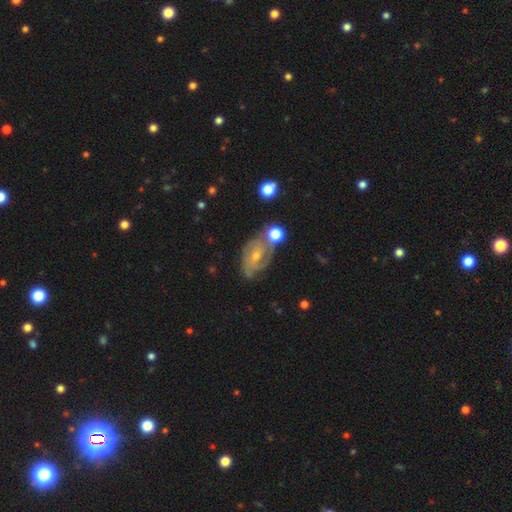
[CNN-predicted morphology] Smooth or featured: featured or disk — 74% (smooth — 16%)
Edge-on disk: no — 95% (yes — 5%)
Bar: no — 57% (weak — 34%)
Spiral arms: yes — 90% (no — 10%)
Spiral winding: tight — 52% (medium — 36%)
Spiral arm count: 2 — 37% (can't tell — 31%)
Bulge size: small — 63% (moderate — 33%)
Merging: none — 59% (minor disturbance — 20%)